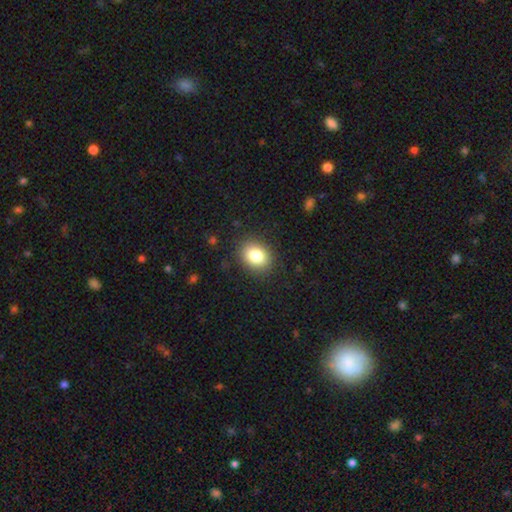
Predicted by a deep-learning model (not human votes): The model was most divided on "how rounded": in between: 52%, round: 47%, cigar-shaped: 1%. More confident: merging — none (87%); smooth or featured — smooth (83%).